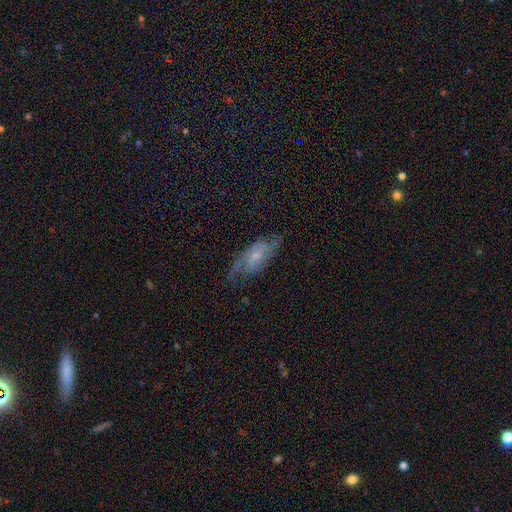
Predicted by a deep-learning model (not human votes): A featured or disk galaxy (75%) with no bar (59%), 2 (67%) medium (46%) spiral arms (90%) and a small central bulge (65%).

Vote fractions:
- Smooth or featured? featured or disk: 75% / smooth: 18% / star or artifact: 7%
- Edge-on disk? no: 91% / yes: 9%
- Bar? no: 59% / weak: 34% / strong: 7%
- Spiral arms? yes: 90% / no: 10%
- Spiral winding? medium: 46% / loose: 31% / tight: 23%
- Spiral arm count? 2: 67% / can't tell: 17% / 3: 7% / 1: 4% / 4: 3% / more than 4: 2%
- Bulge size? small: 65% / moderate: 27% / none: 5% / large: 2% / dominant: 1%
- Merging? none: 64% / minor disturbance: 22% / major disturbance: 13% / merger: 2%